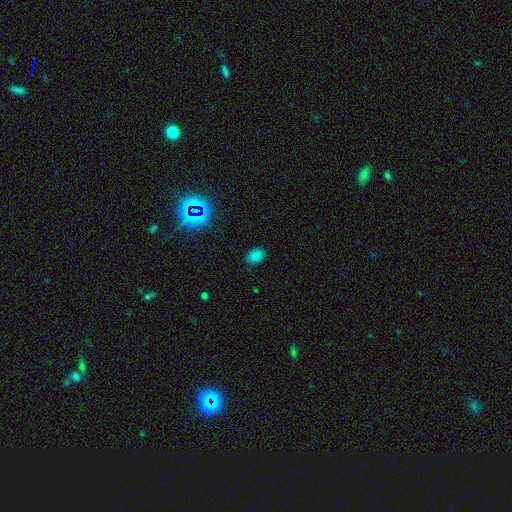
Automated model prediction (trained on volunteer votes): Q: Smooth or featured?
A: smooth (75%); runner-up: star or artifact (20%)
Q: How rounded?
A: in between (78%); runner-up: round (21%)
Q: Merging?
A: none (83%); runner-up: minor disturbance (12%)